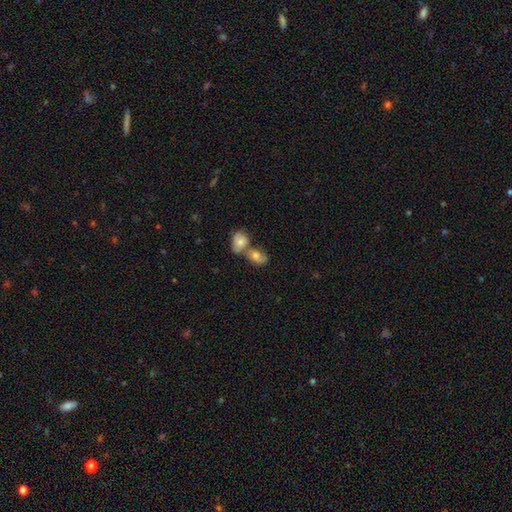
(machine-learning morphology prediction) Smooth or featured? smooth (70%)
How rounded? in between (77%)
Merging? merger (59%)